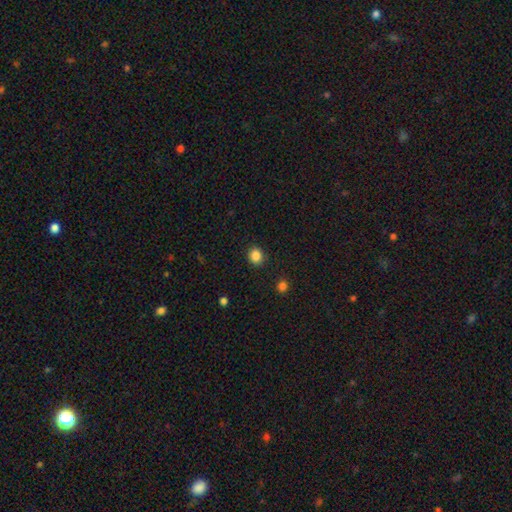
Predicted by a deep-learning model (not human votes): smooth-or-featured: smooth: 86% | star or artifact: 11% | featured or disk: 4%
  how-rounded: round: 75% | in between: 24% | cigar-shaped: 1%
  merging: none: 90% | minor disturbance: 6% | major disturbance: 2% | merger: 1%